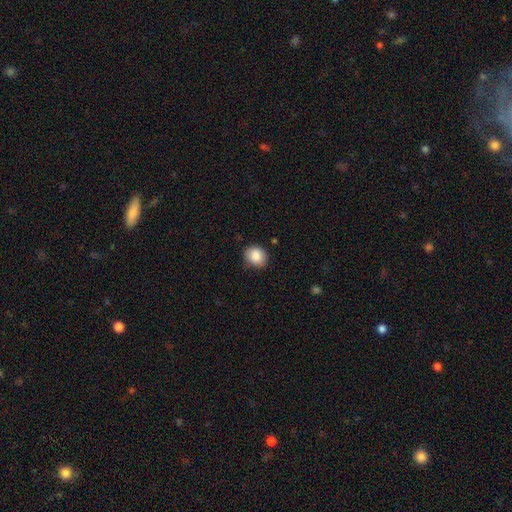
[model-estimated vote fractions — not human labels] Smooth or featured? Predicted: smooth (p=0.86). How rounded? Predicted: round (p=0.62). Merging? Predicted: none (p=0.80).